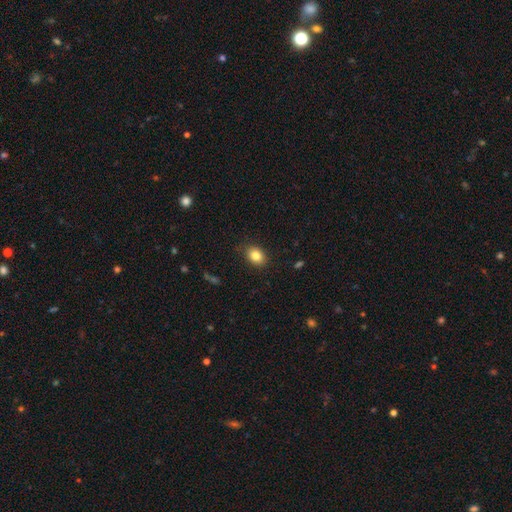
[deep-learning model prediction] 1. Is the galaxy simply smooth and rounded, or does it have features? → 84% smooth, 9% star or artifact, 7% featured or disk.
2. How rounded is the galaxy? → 70% in between, 29% round, 1% cigar-shaped.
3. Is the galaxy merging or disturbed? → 86% none, 11% minor disturbance, 3% major disturbance, 1% merger.